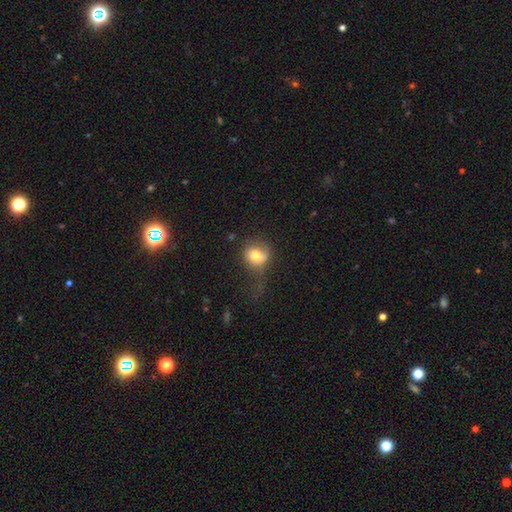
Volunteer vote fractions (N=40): Q: Smooth or featured?
A: smooth (70%); runner-up: featured or disk (22%)
Q: How rounded?
A: round (82%); runner-up: in between (18%)
Q: Merging?
A: none (41%); runner-up: minor disturbance (32%)